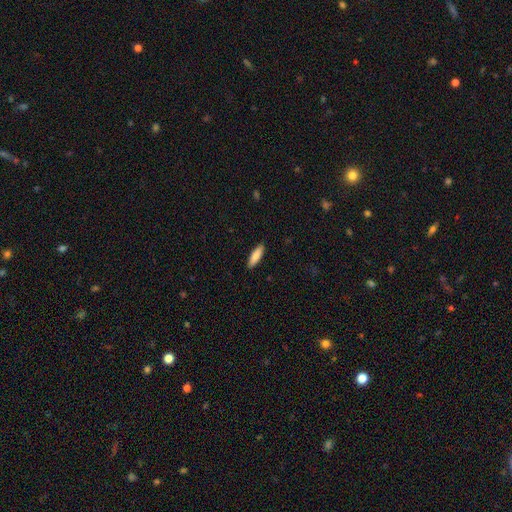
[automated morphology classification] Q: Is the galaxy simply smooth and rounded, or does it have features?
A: smooth — 85%.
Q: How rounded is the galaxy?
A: cigar-shaped — 53%.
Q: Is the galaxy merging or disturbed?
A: none — 90%.